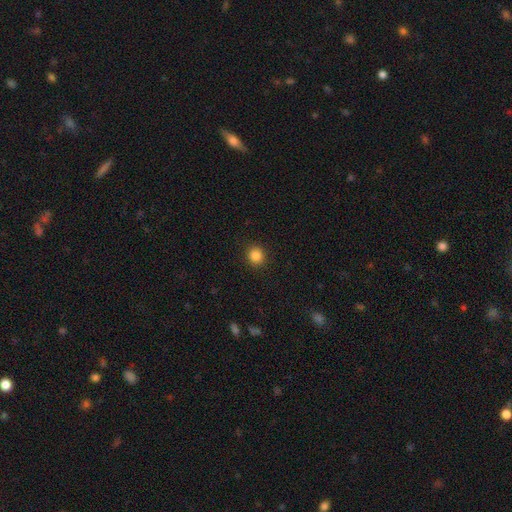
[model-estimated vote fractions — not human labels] Q: Smooth or featured?
A: smooth (85%); runner-up: star or artifact (11%)
Q: How rounded?
A: round (86%); runner-up: in between (13%)
Q: Merging?
A: none (91%); runner-up: minor disturbance (6%)